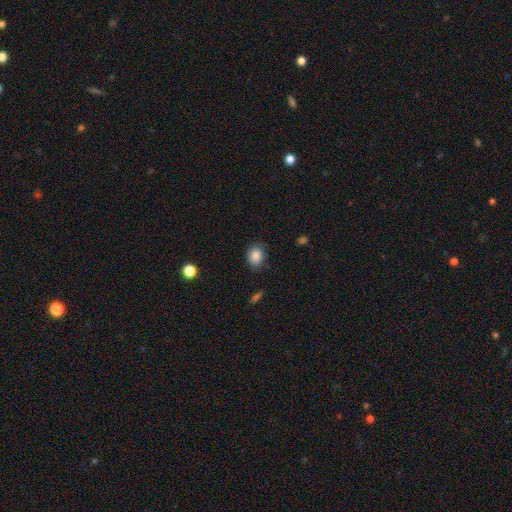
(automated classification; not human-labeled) This appears to be a smooth galaxy with no disk features (86%) that is round (59%). Merging: none (83%).